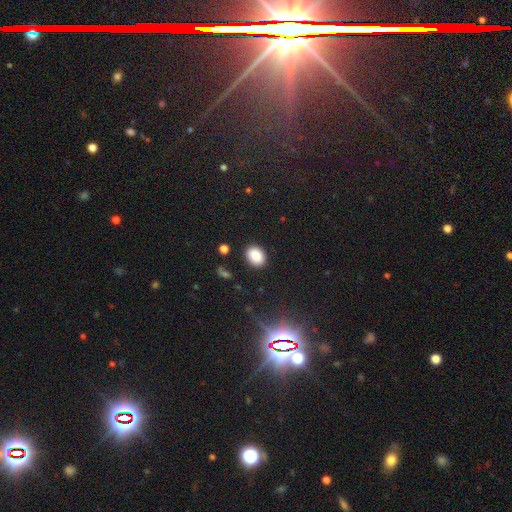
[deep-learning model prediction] A smooth galaxy with no disk features (86%) that is in between round and cigar-shaped (69%).

Vote fractions:
- Smooth or featured? smooth: 86% / star or artifact: 9% / featured or disk: 5%
- How rounded? in between: 69% / round: 30% / cigar-shaped: 1%
- Merging? none: 86% / minor disturbance: 9% / major disturbance: 3% / merger: 2%